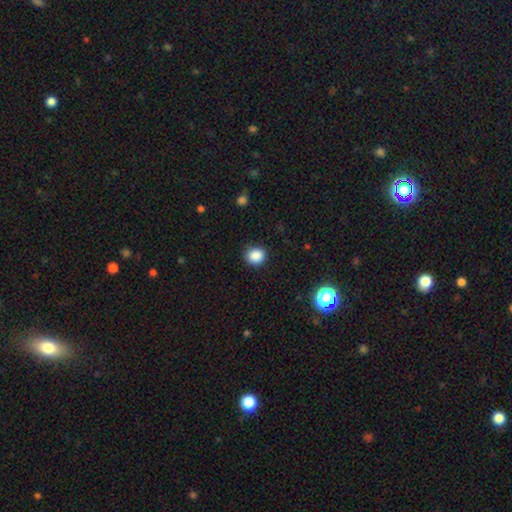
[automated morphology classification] This is clearly a smooth galaxy (87%). How rounded: likely round (78%). Merging: clearly none (86%).